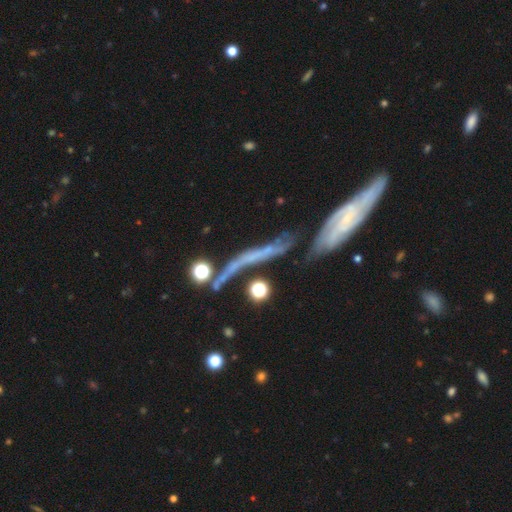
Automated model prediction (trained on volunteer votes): The model was most divided on "edge-on disk": yes: 54%, no: 46%. Remaining: smooth or featured — featured or disk (65%); merging — none (45%).